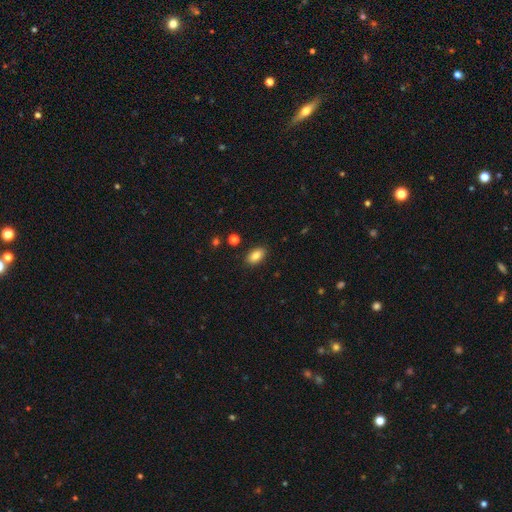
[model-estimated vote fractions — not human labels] smooth-or-featured: smooth: 85% | star or artifact: 8% | featured or disk: 6%
  how-rounded: in between: 91% | round: 6% | cigar-shaped: 3%
  merging: none: 88% | minor disturbance: 8% | major disturbance: 2% | merger: 2%